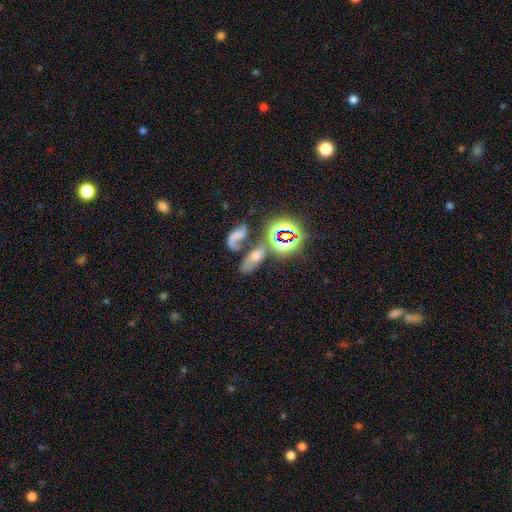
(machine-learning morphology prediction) Overall: smooth (40%; featured or disk 31%). Merging: merger (40%; none 33%).